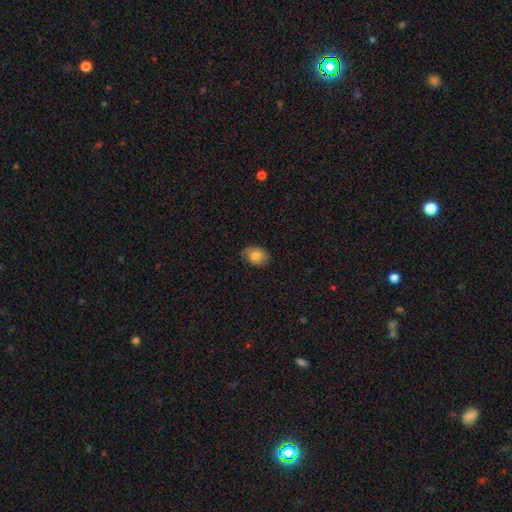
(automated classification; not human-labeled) Smooth or featured? Predicted: smooth (p=0.77). How rounded? Predicted: in between (p=0.64). Merging? Predicted: none (p=0.68).